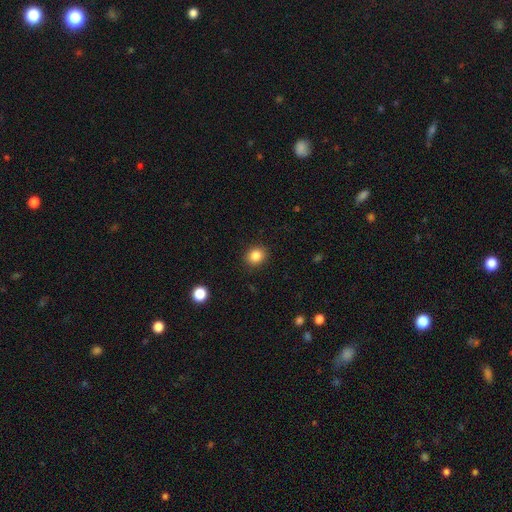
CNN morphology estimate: Smooth or featured: smooth — 84% (star or artifact — 11%)
How rounded: round — 73% (in between — 27%)
Merging: none — 90% (minor disturbance — 7%)